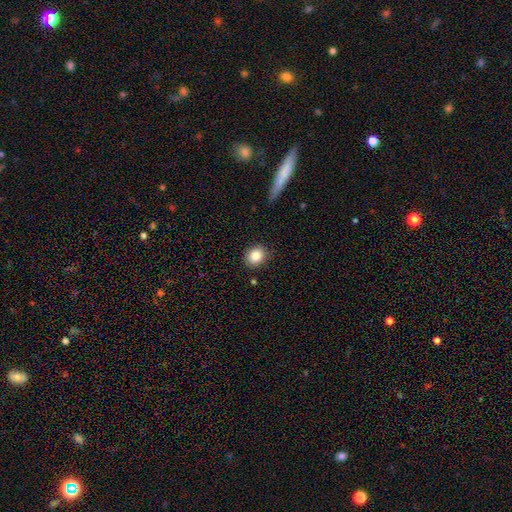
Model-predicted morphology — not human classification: A smooth galaxy with no disk features (85%) that is round (58%). Merging: none (84%).